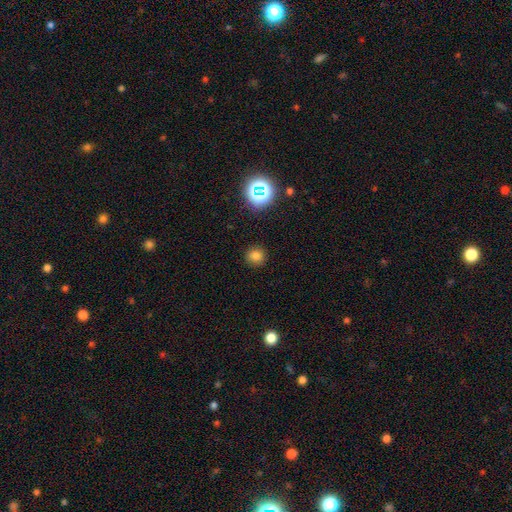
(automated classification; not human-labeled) Smooth or featured: smooth — 75% (star or artifact — 19%)
How rounded: round — 90% (in between — 9%)
Merging: none — 90% (minor disturbance — 6%)